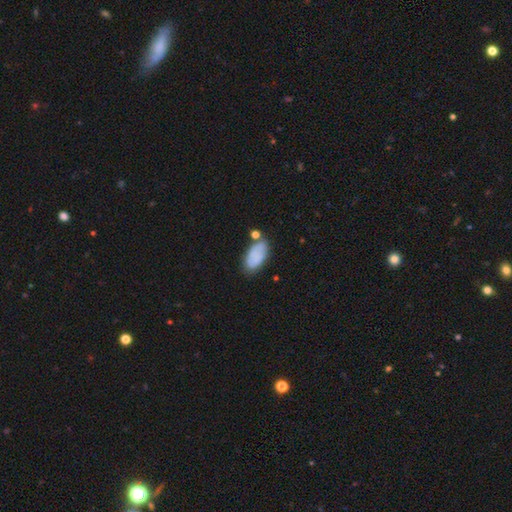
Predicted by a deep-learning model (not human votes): Q: Smooth or featured?
A: smooth (77%); runner-up: featured or disk (16%)
Q: How rounded?
A: in between (93%); runner-up: cigar-shaped (4%)
Q: Merging?
A: none (63%); runner-up: minor disturbance (20%)